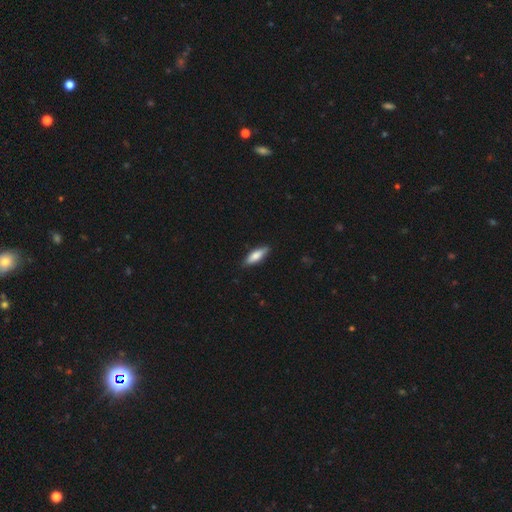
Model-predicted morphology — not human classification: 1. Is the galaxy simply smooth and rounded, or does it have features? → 74% smooth, 20% featured or disk, 6% star or artifact.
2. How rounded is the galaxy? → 54% in between, 44% cigar-shaped, 2% round.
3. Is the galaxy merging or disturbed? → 85% none, 12% minor disturbance, 2% major disturbance, 1% merger.